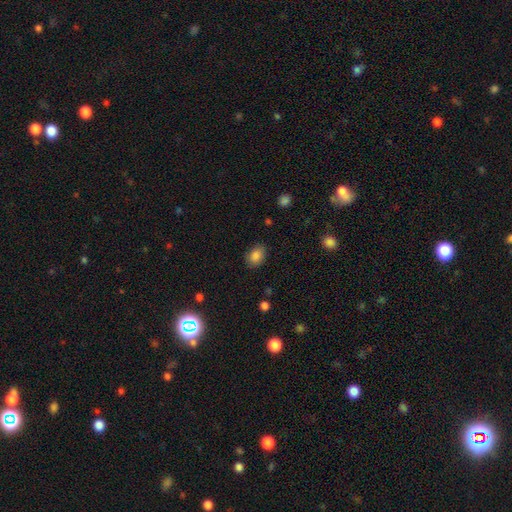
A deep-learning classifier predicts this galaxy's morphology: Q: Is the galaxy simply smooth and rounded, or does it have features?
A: smooth — 85%.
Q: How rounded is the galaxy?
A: in between — 75%.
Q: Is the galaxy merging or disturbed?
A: none — 82%.